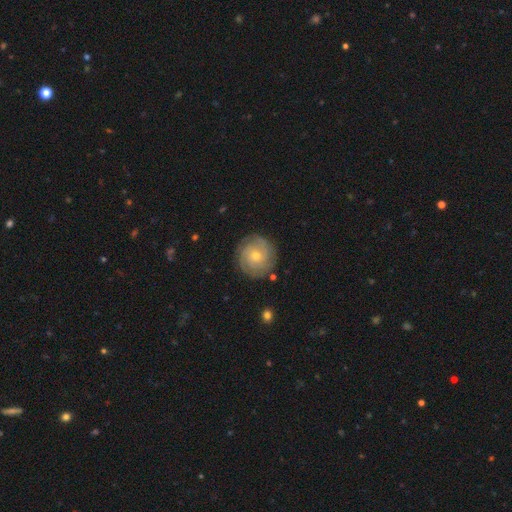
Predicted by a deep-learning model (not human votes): Overall: featured or disk (68%). Edge-on disk: no (98%). Bar: no (80%). Spiral arms: yes (90%). Spiral arm count: can't tell (36%; 3 21%). Spiral winding: tight (77%). Bulge size: small (55%; moderate 42%). Merging: none (87%).